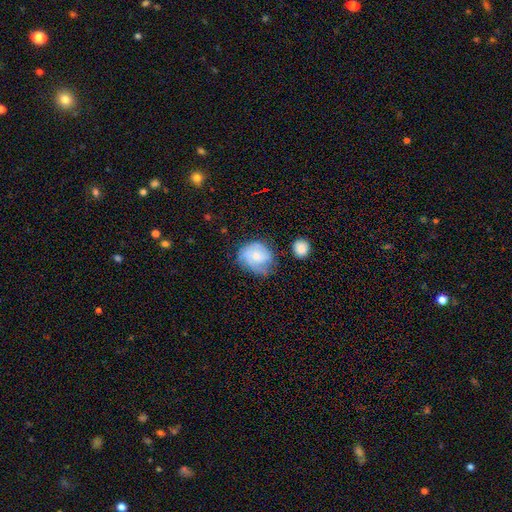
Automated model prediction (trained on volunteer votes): Morphology: type=featured or disk (52%); edge-on=no (98%); bar=no (74%); spiral arms=yes (81%); bulge=small (49%); merging=none (50%).